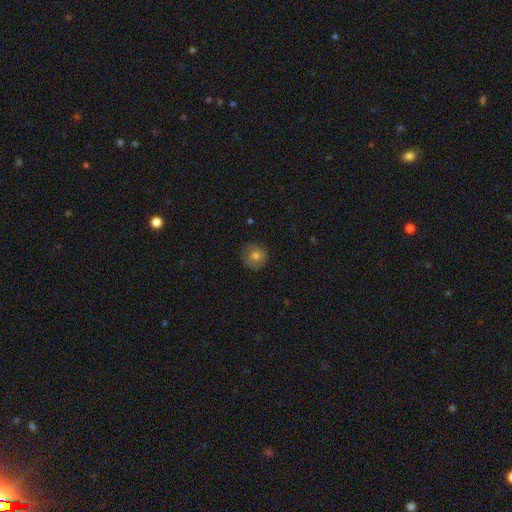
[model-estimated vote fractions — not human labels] A smooth galaxy with no disk features (75%) that is round (91%).

Vote fractions:
- Smooth or featured? smooth: 75% / featured or disk: 14% / star or artifact: 11%
- How rounded? round: 91% / in between: 8% / cigar-shaped: 1%
- Merging? none: 82% / minor disturbance: 14% / major disturbance: 3% / merger: 1%